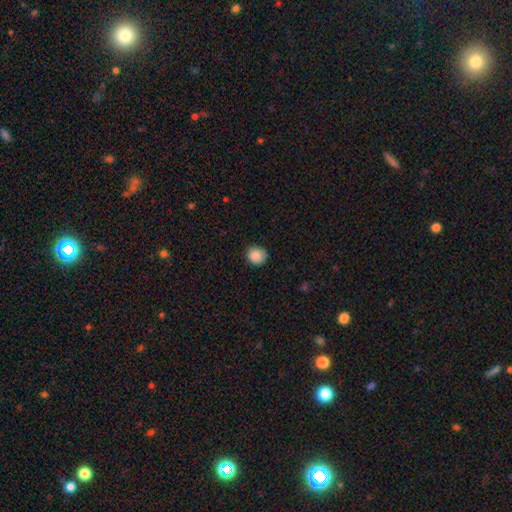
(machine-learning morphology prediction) This appears to be a smooth galaxy with no disk features (87%) that is round (85%). Merging: none (82%).